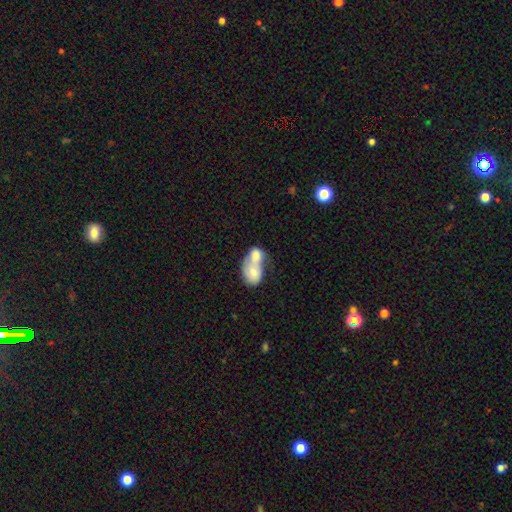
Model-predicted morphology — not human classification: Smooth or featured?
  - smooth: 69% *
  - featured or disk: 24%
  - star or artifact: 6%
How rounded?
  - in between: 74% *
  - round: 24%
  - cigar-shaped: 2%
Merging?
  - merger: 81% *
  - none: 9%
  - minor disturbance: 5%
  - major disturbance: 5%